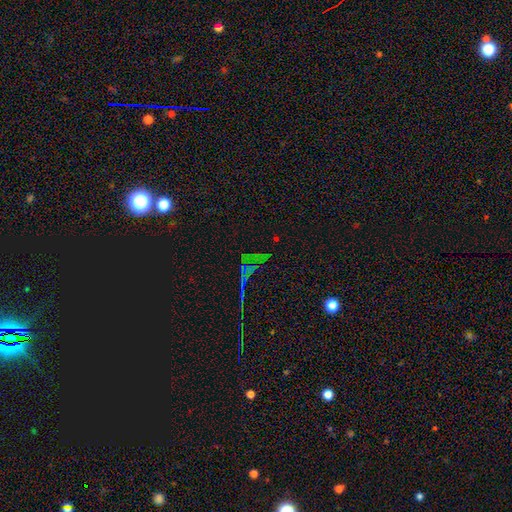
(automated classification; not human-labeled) smooth-or-featured: star or artifact: 73% | smooth: 15% | featured or disk: 12%